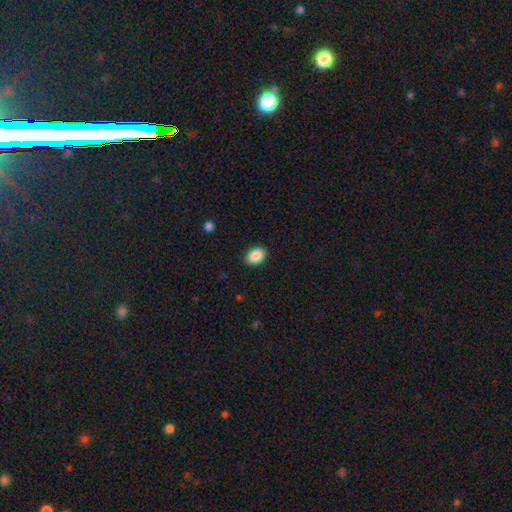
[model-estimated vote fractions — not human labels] Overall: smooth (89%). How rounded: in between (86%). Merging: none (89%).